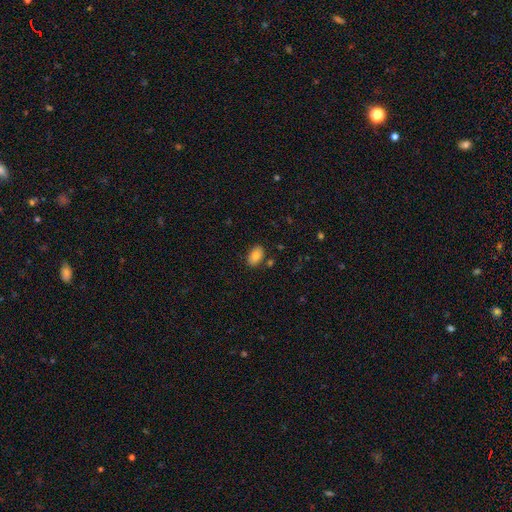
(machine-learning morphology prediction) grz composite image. It shows a smooth galaxy with no disk features (81%) that is in between round and cigar-shaped (91%). Merging: none (83%).